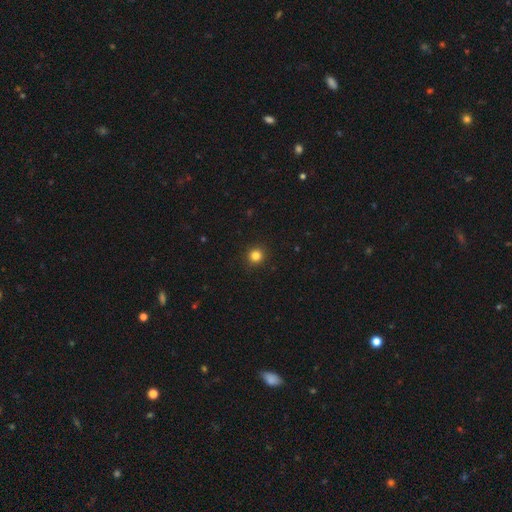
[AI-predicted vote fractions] Overall: smooth (83%). How rounded: round (93%). Merging: none (93%).